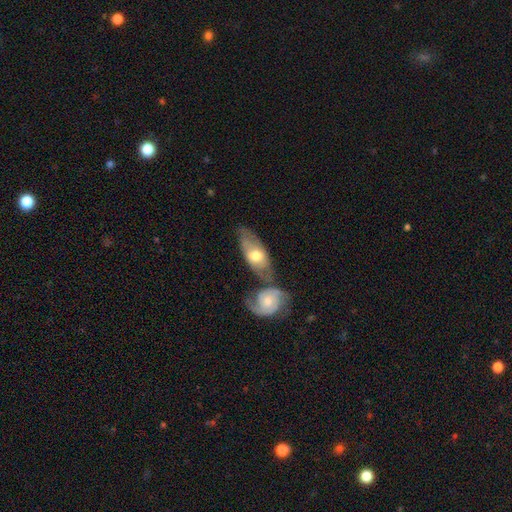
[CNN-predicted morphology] smooth-or-featured: featured or disk: 49% | smooth: 46% | star or artifact: 5%
  merging: none: 44% | merger: 32% | minor disturbance: 18% | major disturbance: 7%